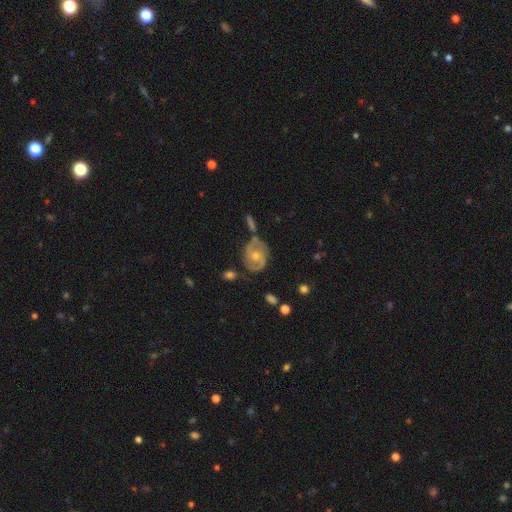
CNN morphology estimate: A featured or disk galaxy (76%) with no bar (70%), 2 (67%) tight (54%) spiral arms (86%) and a moderate central bulge (62%).

Vote fractions:
- Smooth or featured? featured or disk: 76% / smooth: 16% / star or artifact: 8%
- Edge-on disk? no: 97% / yes: 3%
- Bar? no: 70% / weak: 25% / strong: 5%
- Spiral arms? yes: 86% / no: 14%
- Spiral winding? tight: 54% / medium: 35% / loose: 11%
- Spiral arm count? 2: 67% / can't tell: 18% / 1: 6% / 3: 5% / 4: 2% / more than 4: 2%
- Bulge size? moderate: 62% / small: 33% / large: 2% / none: 1% / dominant: 1%
- Merging? none: 61% / minor disturbance: 20% / merger: 11% / major disturbance: 8%